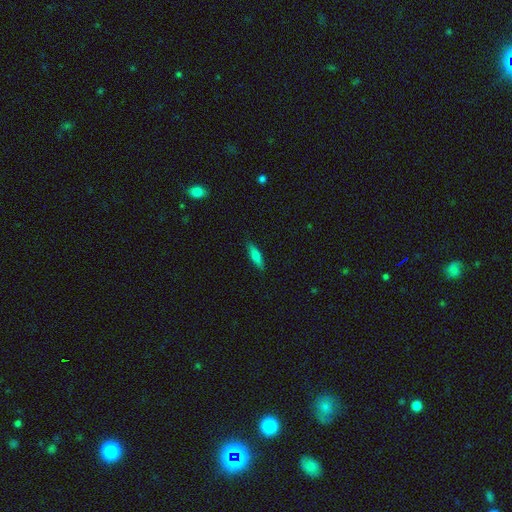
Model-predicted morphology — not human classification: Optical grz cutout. It shows a smooth galaxy with no disk features (66%) that is cigar-shaped (74%). Merging: none (88%).